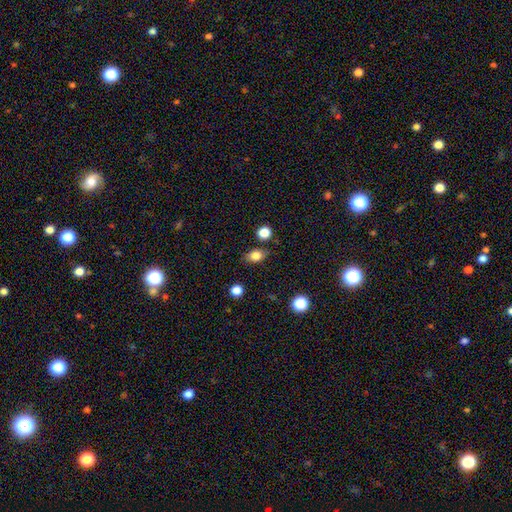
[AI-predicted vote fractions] smooth_or_featured: smooth (p=0.82) [alt: star or artifact p=0.11]
how_rounded: in between (p=0.65) [alt: round p=0.33]
merging: none (p=0.79) [alt: minor disturbance p=0.13]